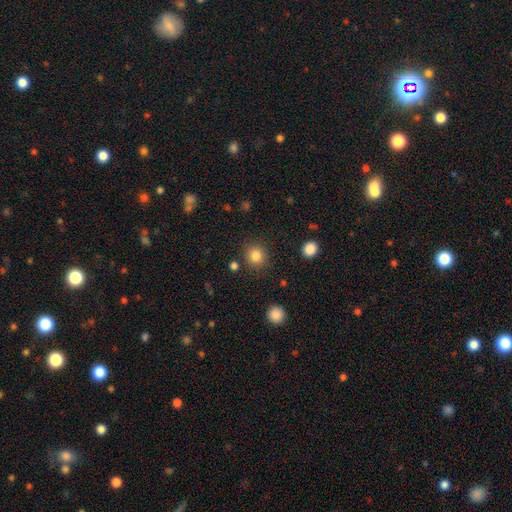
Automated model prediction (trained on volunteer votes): smooth-or-featured: smooth: 84% | star or artifact: 11% | featured or disk: 5%
  how-rounded: round: 89% | in between: 10% | cigar-shaped: 1%
  merging: none: 87% | minor disturbance: 7% | major disturbance: 3% | merger: 3%